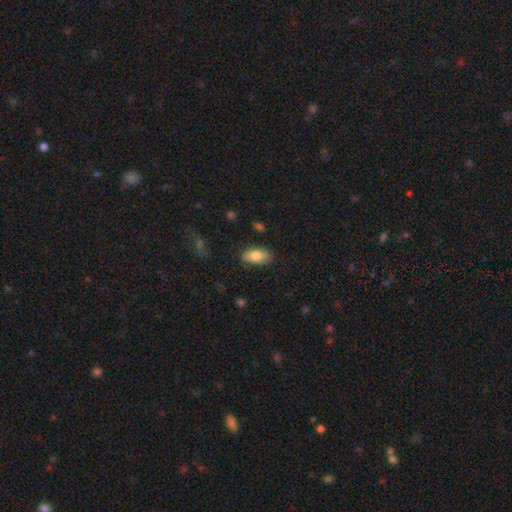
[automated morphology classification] smooth_or_featured: smooth (p=0.81) [alt: featured or disk p=0.12]
how_rounded: in between (p=0.91) [alt: cigar-shaped p=0.05]
merging: none (p=0.79) [alt: minor disturbance p=0.16]